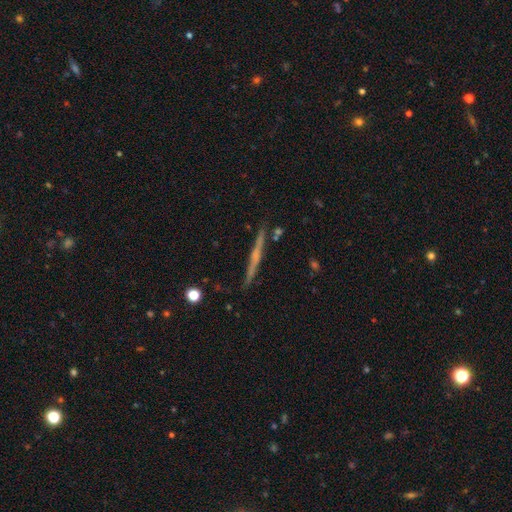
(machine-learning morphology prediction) smooth-or-featured: featured or disk: 63% | smooth: 29% | star or artifact: 8%
  disk-edge-on: yes: 97% | no: 3%
    edge-on-bulge: none: 65% | rounded: 26% | boxy: 9%
  merging: none: 86% | minor disturbance: 9% | merger: 2% | major disturbance: 2%